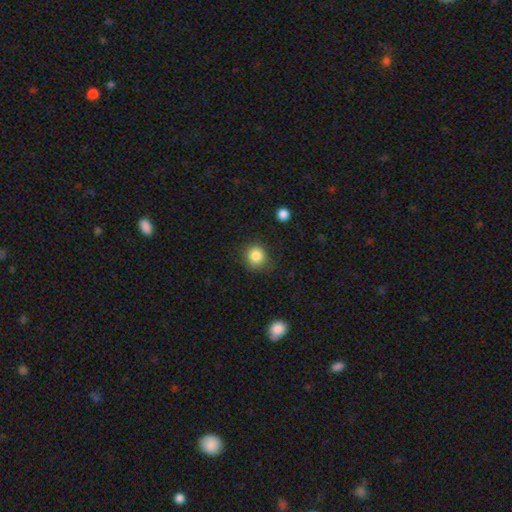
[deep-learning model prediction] This appears to be a smooth galaxy with no disk features (85%) that is round (88%). Merging: none (80%).